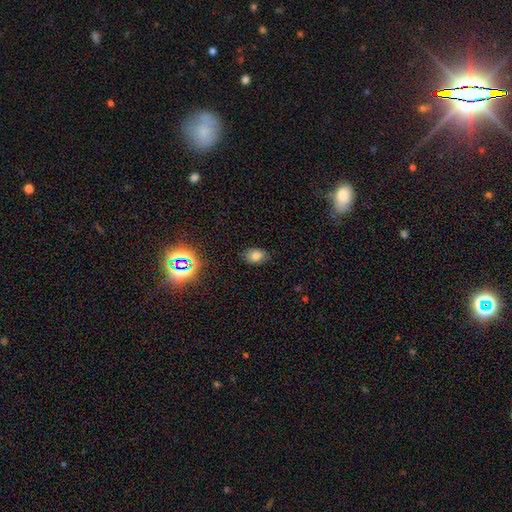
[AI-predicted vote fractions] Smooth or featured: smooth — 76% (star or artifact — 16%)
How rounded: in between — 80% (round — 19%)
Merging: none — 80% (minor disturbance — 15%)